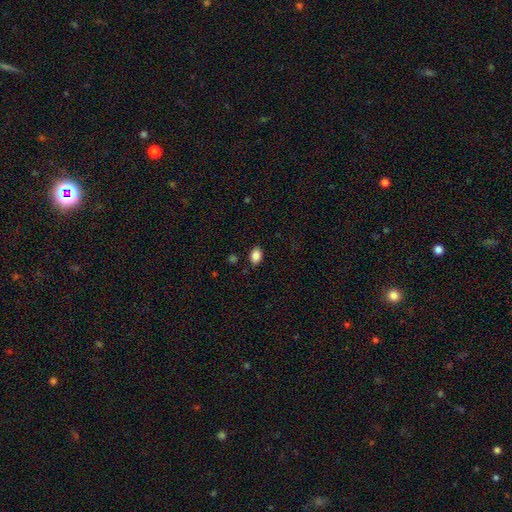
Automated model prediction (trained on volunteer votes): Smooth or featured: smooth — 87% (star or artifact — 9%)
How rounded: in between — 85% (round — 13%)
Merging: none — 85% (minor disturbance — 11%)